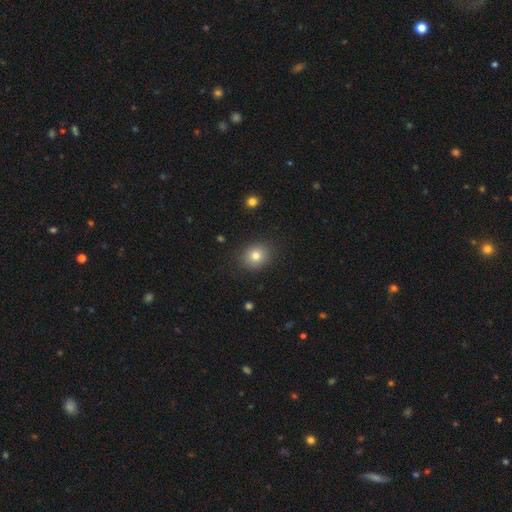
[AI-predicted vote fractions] A smooth galaxy with no disk features (79%) that is round (70%). Merging: none (88%).